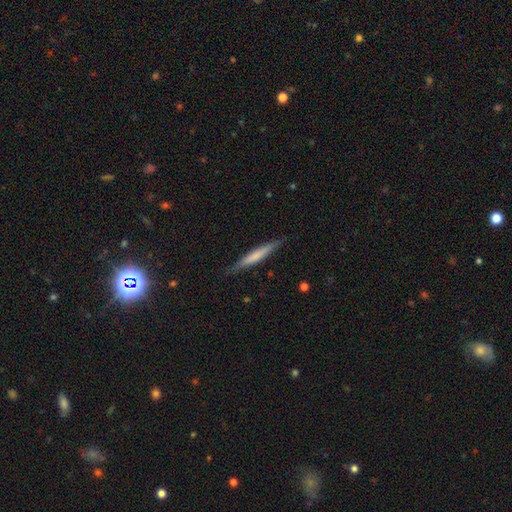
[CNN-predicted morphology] This appears to be a smooth galaxy with no disk features (54%) that is cigar-shaped (95%). Merging: none (87%).